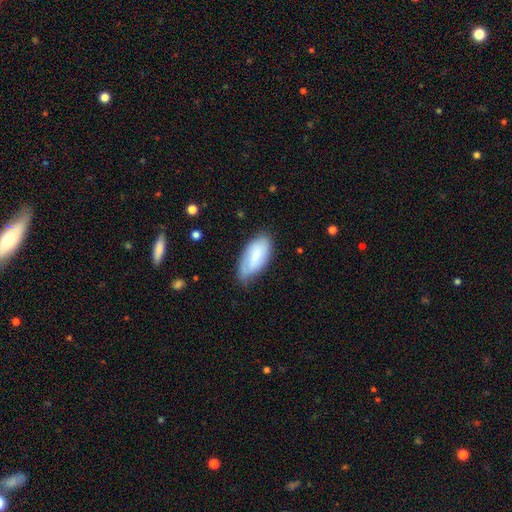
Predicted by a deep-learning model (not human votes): A smooth galaxy with no disk features (75%) that is in between round and cigar-shaped (92%). Merging: none (66%).